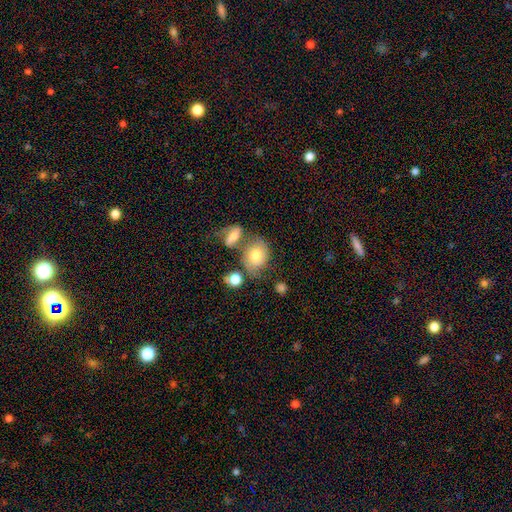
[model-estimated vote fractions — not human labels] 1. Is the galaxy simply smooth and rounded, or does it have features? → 61% smooth, 29% featured or disk, 10% star or artifact.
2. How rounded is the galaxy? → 62% in between, 37% round, 1% cigar-shaped.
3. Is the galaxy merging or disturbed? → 43% none, 29% merger, 18% minor disturbance, 10% major disturbance.